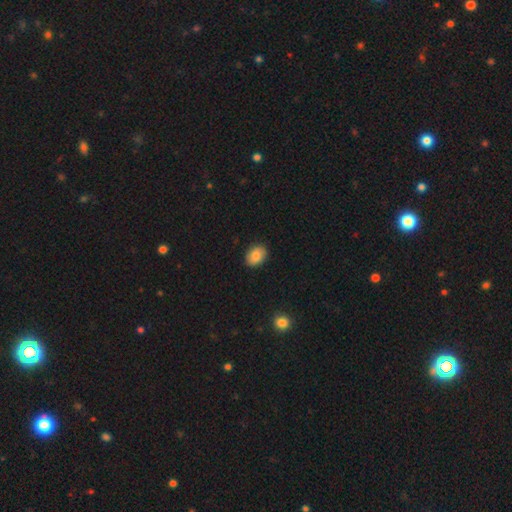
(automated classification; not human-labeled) Smooth or featured?
  - smooth: 84% *
  - featured or disk: 8%
  - star or artifact: 8%
How rounded?
  - in between: 66% *
  - round: 33%
  - cigar-shaped: 1%
Merging?
  - none: 88% *
  - minor disturbance: 9%
  - major disturbance: 2%
  - merger: 1%